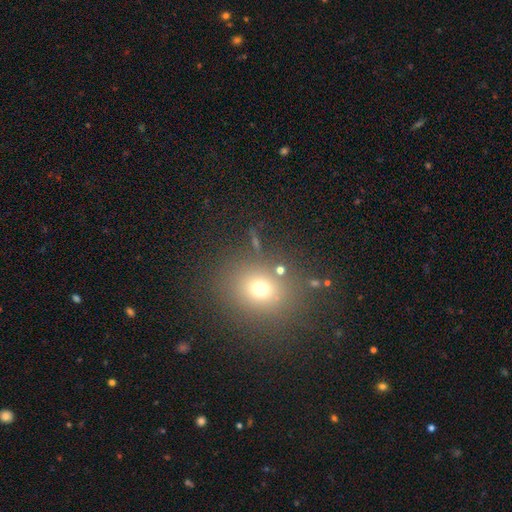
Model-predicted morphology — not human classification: smooth_or_featured: smooth (p=0.57) [alt: star or artifact p=0.34]
how_rounded: round (p=0.70) [alt: in between p=0.28]
merging: none (p=0.84) [alt: minor disturbance p=0.08]